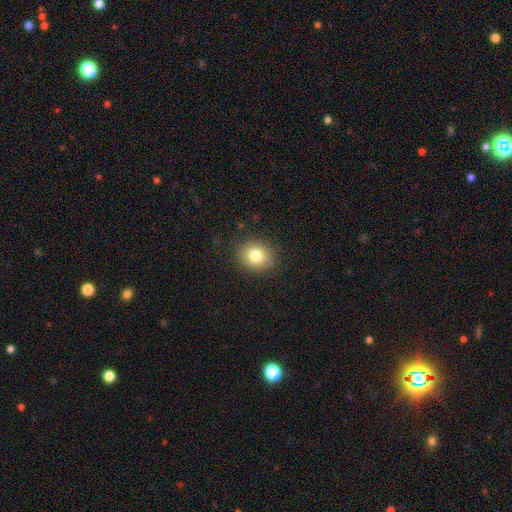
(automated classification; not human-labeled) Smooth or featured: smooth — 81% (star or artifact — 10%)
How rounded: round — 63% (in between — 36%)
Merging: none — 88% (minor disturbance — 8%)